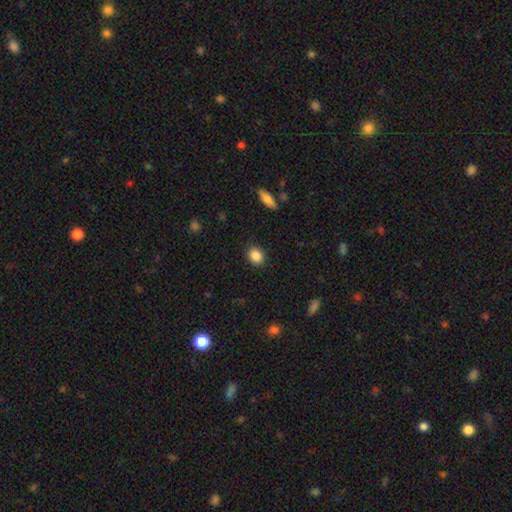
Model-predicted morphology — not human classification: This is clearly a smooth galaxy (87%). How rounded: possibly round (59%). Merging: clearly none (90%).